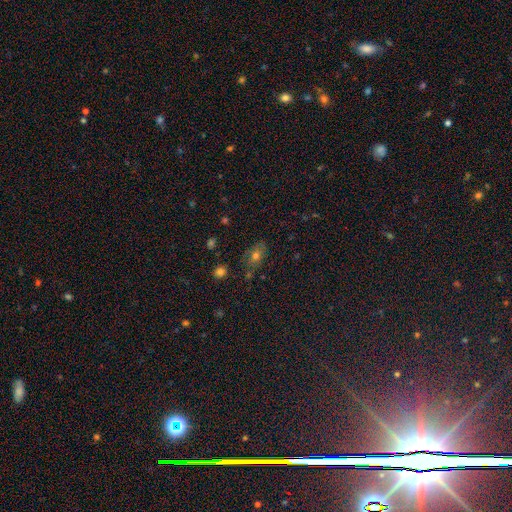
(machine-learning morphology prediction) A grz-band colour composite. It shows a smooth galaxy with no disk features (66%) that is in between round and cigar-shaped (79%). Merging: none (72%).